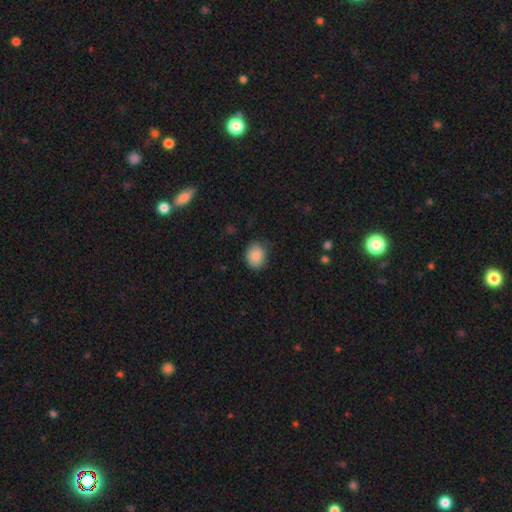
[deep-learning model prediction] smooth_or_featured: smooth (p=0.87) [alt: star or artifact p=0.08]
how_rounded: round (p=0.60) [alt: in between p=0.40]
merging: none (p=0.80) [alt: minor disturbance p=0.16]